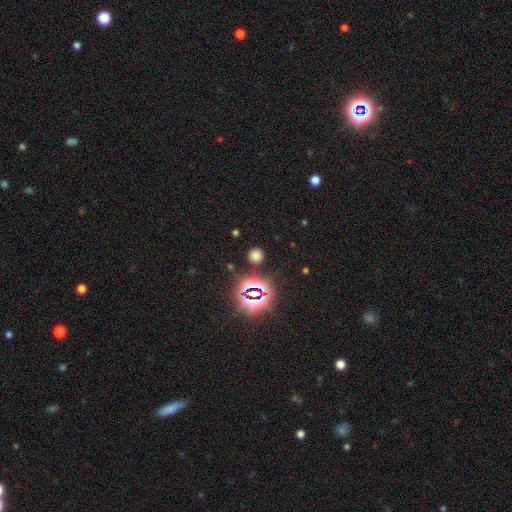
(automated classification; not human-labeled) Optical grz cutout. It shows a smooth galaxy with no disk features (61%) that is round (90%). Merging: none (87%).